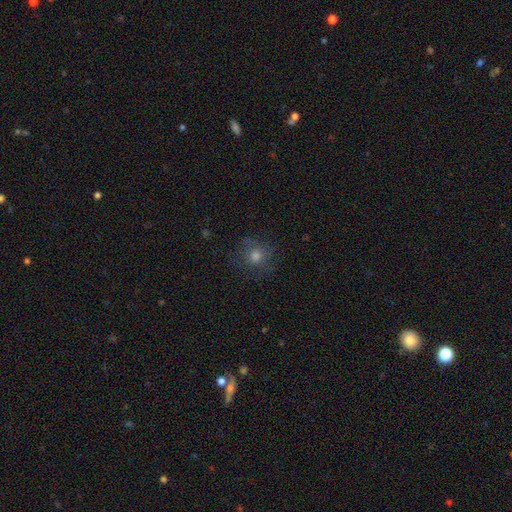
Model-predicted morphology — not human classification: This appears to be a smooth galaxy with no disk features (59%) that is round (89%). Merging: none (78%).